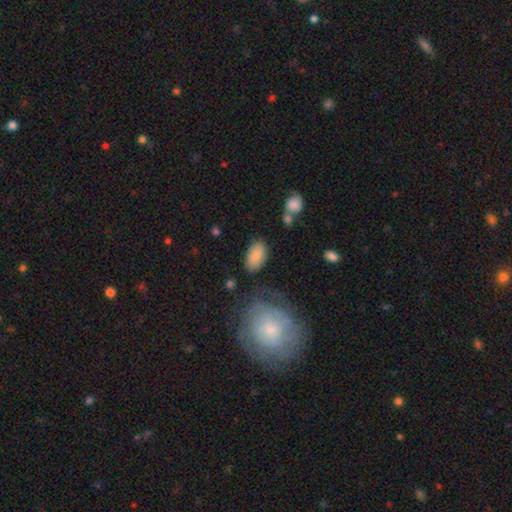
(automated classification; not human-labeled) Smooth or featured?
  - smooth: 84% *
  - featured or disk: 9%
  - star or artifact: 7%
How rounded?
  - in between: 94% *
  - round: 5%
  - cigar-shaped: 2%
Merging?
  - none: 77% *
  - minor disturbance: 15%
  - major disturbance: 5%
  - merger: 4%